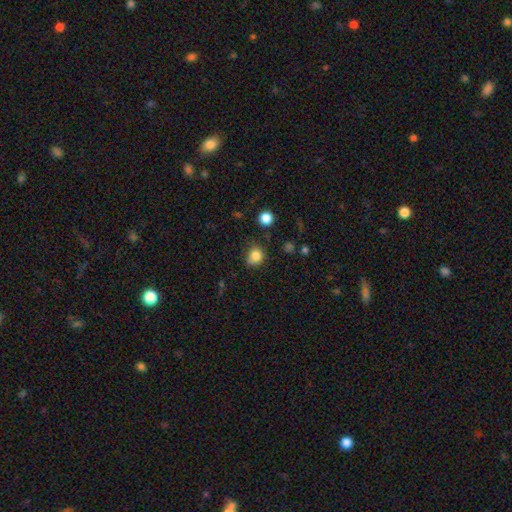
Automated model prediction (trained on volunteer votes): Smooth or featured: smooth — 83% (star or artifact — 12%)
How rounded: round — 73% (in between — 26%)
Merging: none — 68% (minor disturbance — 23%)